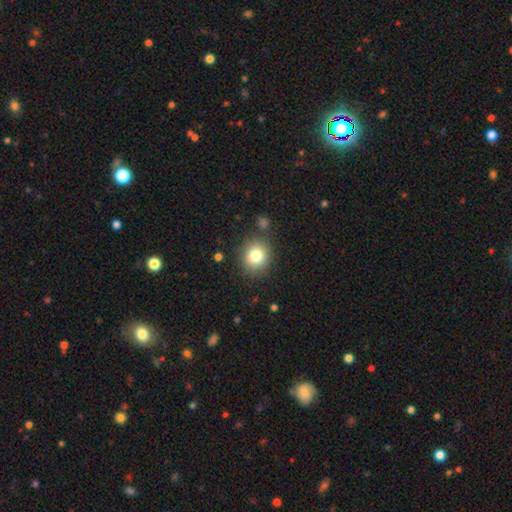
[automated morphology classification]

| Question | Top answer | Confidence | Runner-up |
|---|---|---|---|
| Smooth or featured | smooth | 81% | star or artifact (11%) |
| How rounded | round | 79% | in between (20%) |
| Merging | none | 83% | minor disturbance (10%) |